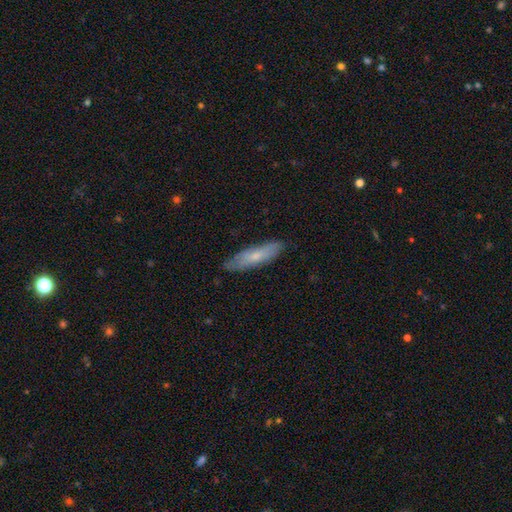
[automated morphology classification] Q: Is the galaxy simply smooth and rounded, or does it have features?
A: smooth — 62%.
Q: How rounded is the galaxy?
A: cigar-shaped — 71%.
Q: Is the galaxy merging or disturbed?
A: none — 81%.